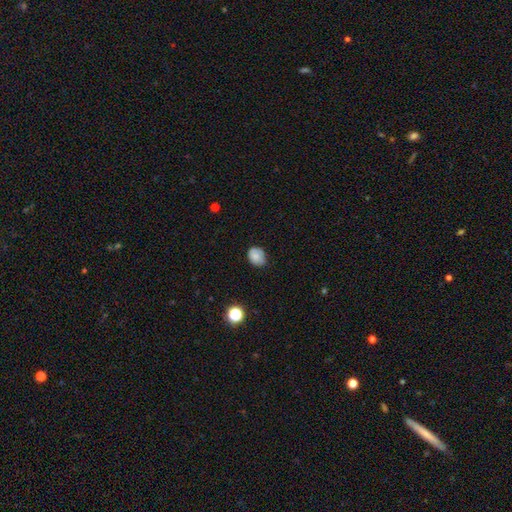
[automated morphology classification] Q: Smooth or featured?
A: smooth (78%); runner-up: featured or disk (12%)
Q: How rounded?
A: in between (54%); runner-up: round (45%)
Q: Merging?
A: none (73%); runner-up: minor disturbance (22%)